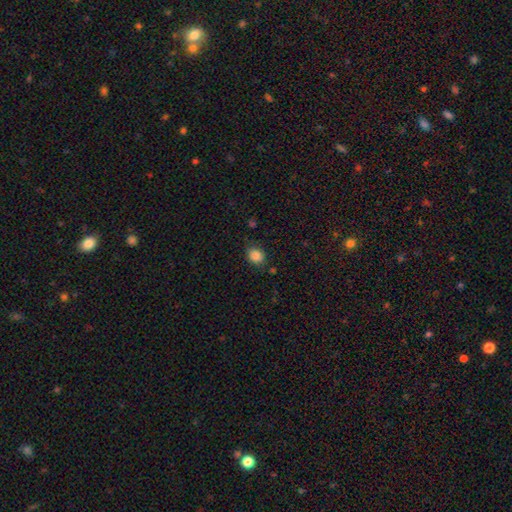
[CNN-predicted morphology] smooth-or-featured: smooth: 86% | star or artifact: 10% | featured or disk: 4%
  how-rounded: round: 65% | in between: 34% | cigar-shaped: 1%
  merging: none: 78% | minor disturbance: 16% | major disturbance: 4% | merger: 2%